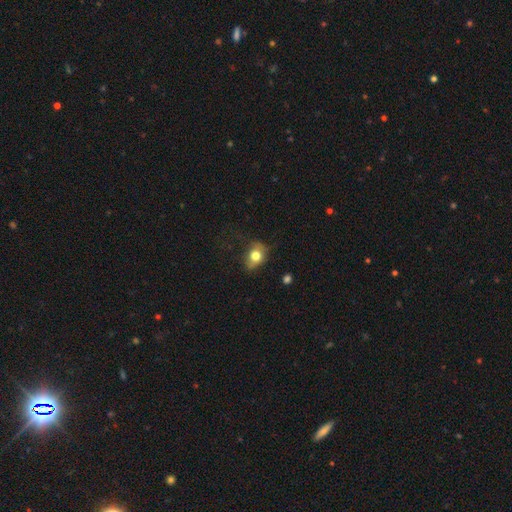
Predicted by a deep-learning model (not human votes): Morphology: type=smooth (72%); roundness=in between (58%); merging=none (51%).